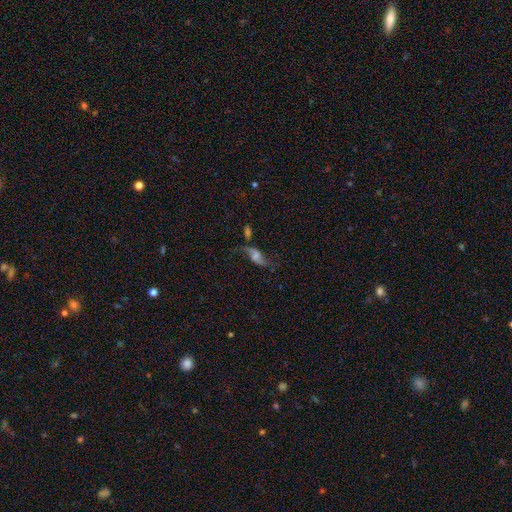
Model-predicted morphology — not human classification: Q: Smooth or featured?
A: featured or disk (67%); runner-up: smooth (22%)
Q: Edge-on disk?
A: no (88%); runner-up: yes (12%)
Q: Bar?
A: no (56%); runner-up: weak (33%)
Q: Spiral arms?
A: yes (87%); runner-up: no (13%)
Q: Spiral winding?
A: loose (89%); runner-up: medium (8%)
Q: Spiral arm count?
A: 2 (89%); runner-up: 1 (5%)
Q: Bulge size?
A: small (31%); runner-up: moderate (30%)
Q: Merging?
A: none (50%); runner-up: minor disturbance (19%)